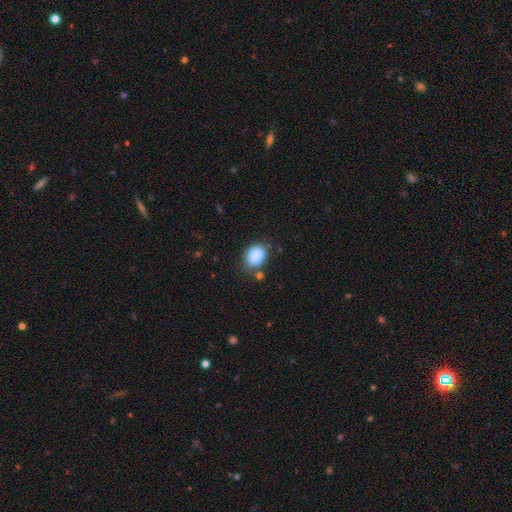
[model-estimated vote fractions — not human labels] smooth 84%, star or artifact 9%, featured or disk 7%. Down the decision tree: how rounded — in between (56%); merging — none (58%).